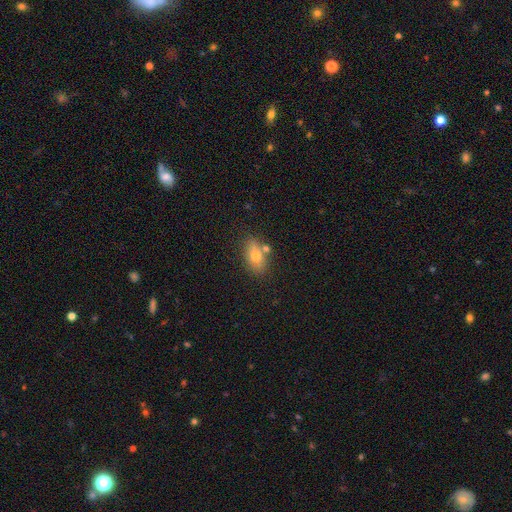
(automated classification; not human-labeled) Morphology: type=smooth (71%); roundness=in between (81%); merging=none (65%).